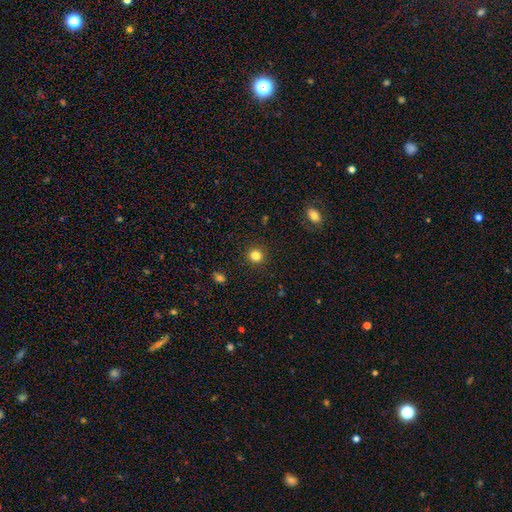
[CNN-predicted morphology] A smooth galaxy with no disk features (83%) that is round (91%). Merging: none (92%).